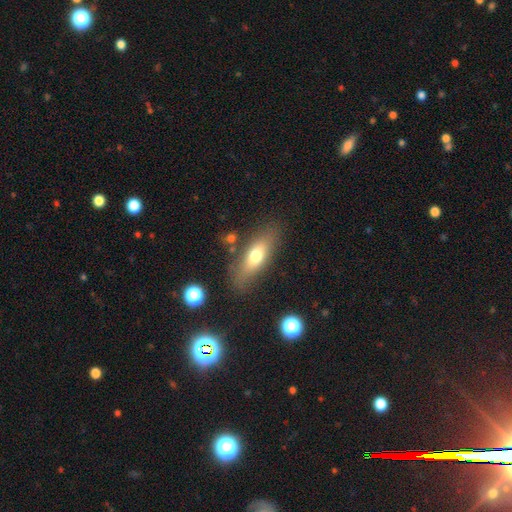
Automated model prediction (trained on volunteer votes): Morphology: type=smooth (67%); roundness=in between (63%); merging=none (77%).